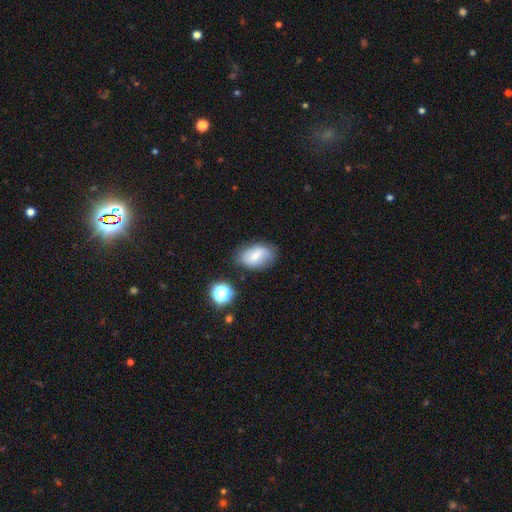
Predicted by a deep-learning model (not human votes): smooth-or-featured: smooth: 59% | featured or disk: 31% | star or artifact: 10%
  how-rounded: in between: 87% | round: 11% | cigar-shaped: 2%
  merging: none: 74% | minor disturbance: 19% | major disturbance: 5% | merger: 3%